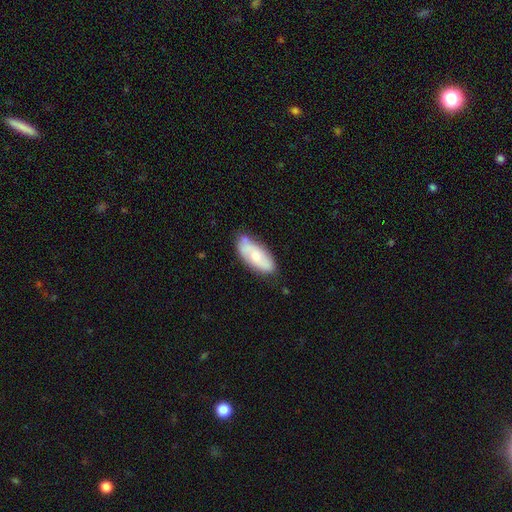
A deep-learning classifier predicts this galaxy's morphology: smooth 48%, featured or disk 46%, star or artifact 6%. Down the decision tree: merging — none (69%).